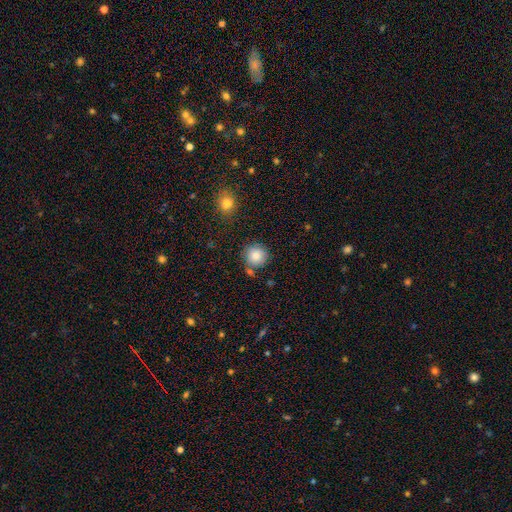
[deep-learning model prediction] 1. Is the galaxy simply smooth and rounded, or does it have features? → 83% smooth, 10% star or artifact, 7% featured or disk.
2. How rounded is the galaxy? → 93% round, 6% in between, 1% cigar-shaped.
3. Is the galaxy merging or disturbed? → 77% none, 11% minor disturbance, 9% merger, 3% major disturbance.